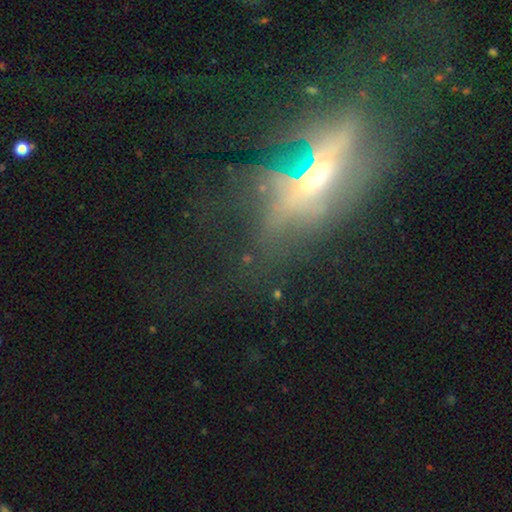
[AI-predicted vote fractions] Overall: featured or disk (59%; star or artifact 21%). Edge-on disk: yes (51%; no 49%). Merging: none (42%; major disturbance 34%).